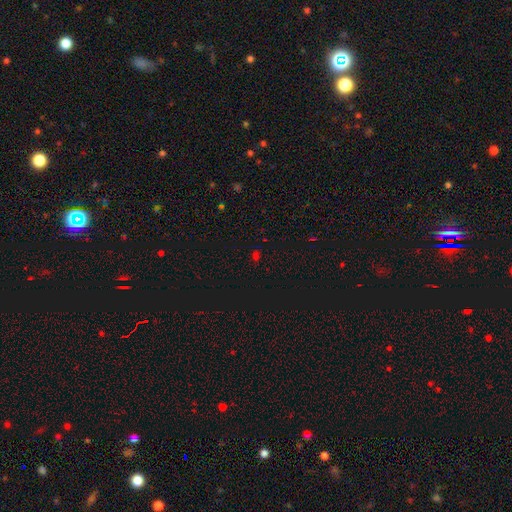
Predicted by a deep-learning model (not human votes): A star or artifact, not a galaxy (51%).

Vote fractions:
- Smooth or featured? star or artifact: 51% / smooth: 43% / featured or disk: 6%